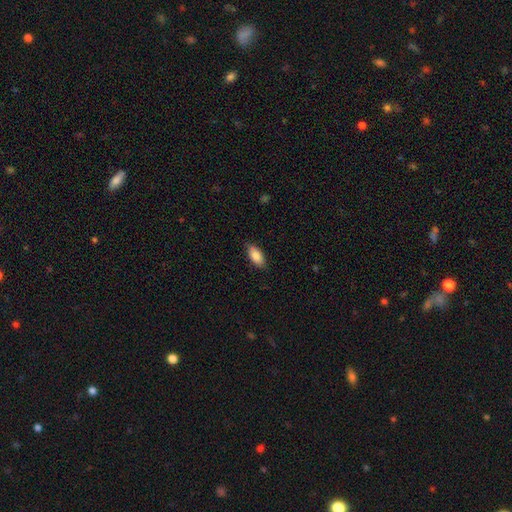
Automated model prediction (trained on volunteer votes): Q: Smooth or featured?
A: smooth (87%); runner-up: featured or disk (7%)
Q: How rounded?
A: in between (89%); runner-up: cigar-shaped (9%)
Q: Merging?
A: none (83%); runner-up: minor disturbance (14%)